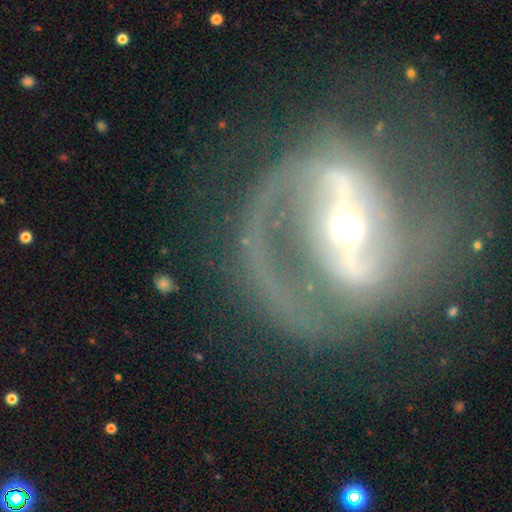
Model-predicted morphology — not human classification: Smooth or featured: featured or disk — 89% (star or artifact — 6%)
Edge-on disk: no — 95% (yes — 5%)
Bar: strong — 74% (weak — 18%)
Spiral arms: yes — 90% (no — 10%)
Spiral winding: medium — 51% (loose — 26%)
Spiral arm count: 2 — 83% (1 — 8%)
Bulge size: moderate — 57% (small — 35%)
Merging: none — 62% (major disturbance — 18%)